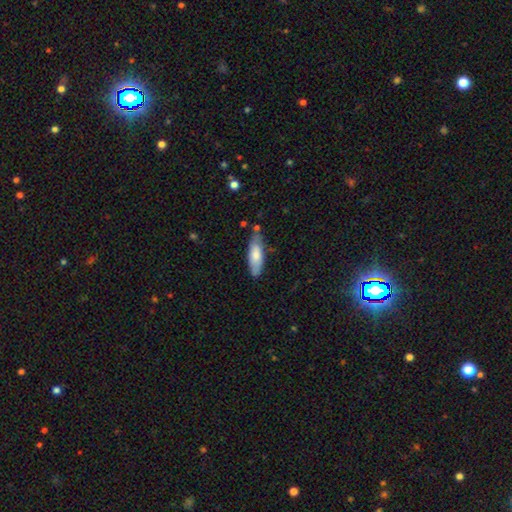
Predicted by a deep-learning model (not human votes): A smooth galaxy with no disk features (76%) that is in between round and cigar-shaped (59%).

Vote fractions:
- Smooth or featured? smooth: 76% / featured or disk: 19% / star or artifact: 6%
- How rounded? in between: 59% / cigar-shaped: 39% / round: 2%
- Merging? none: 70% / minor disturbance: 22% / merger: 5% / major disturbance: 4%